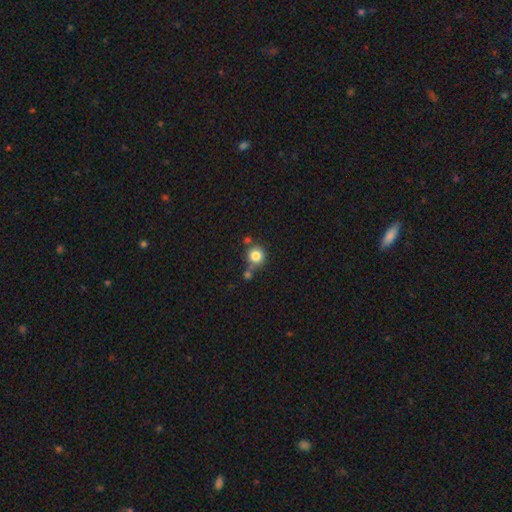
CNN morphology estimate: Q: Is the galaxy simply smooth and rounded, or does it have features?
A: smooth — 83%.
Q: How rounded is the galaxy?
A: round — 92%.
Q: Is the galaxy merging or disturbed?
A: none — 62%.